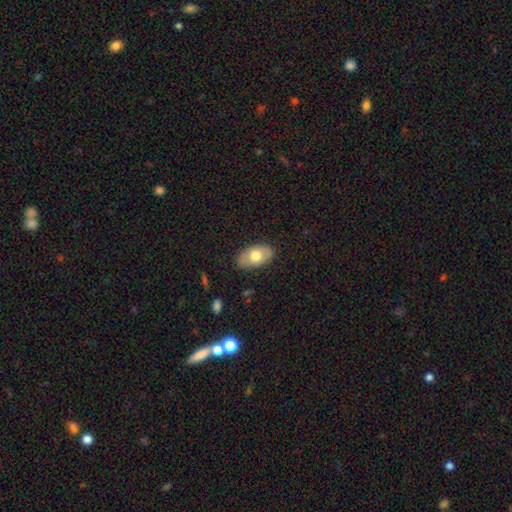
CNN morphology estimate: Q: Smooth or featured?
A: smooth (68%); runner-up: featured or disk (26%)
Q: How rounded?
A: in between (92%); runner-up: round (6%)
Q: Merging?
A: none (84%); runner-up: minor disturbance (12%)